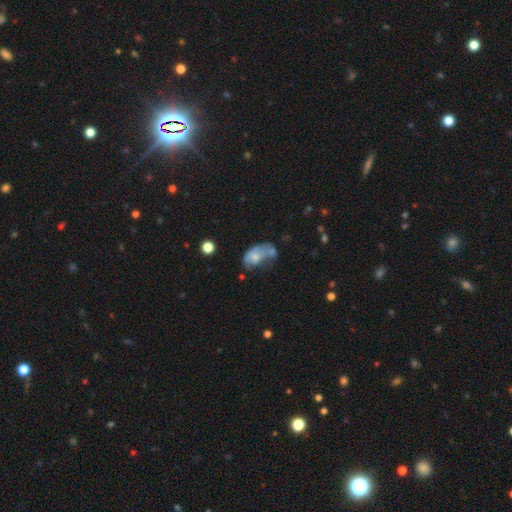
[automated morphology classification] A smooth galaxy with no disk features (53%) that is in between round and cigar-shaped (88%).

Vote fractions:
- Smooth or featured? smooth: 53% / featured or disk: 38% / star or artifact: 9%
- How rounded? in between: 88% / round: 10% / cigar-shaped: 2%
- Merging? merger: 30% / major disturbance: 26% / minor disturbance: 22% / none: 21%